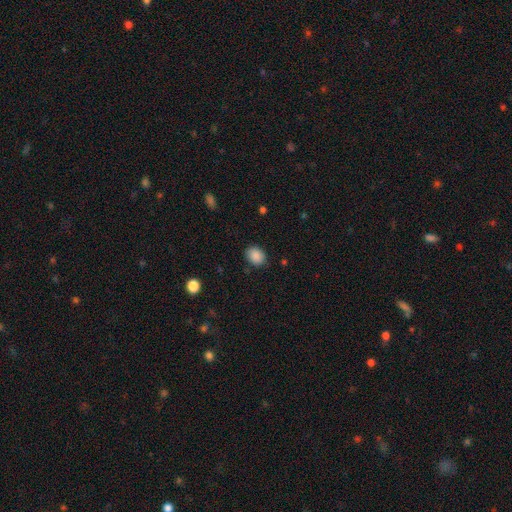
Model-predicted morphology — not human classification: Smooth or featured? Predicted: smooth (p=0.88). How rounded? Predicted: round (p=0.51). Merging? Predicted: none (p=0.85).